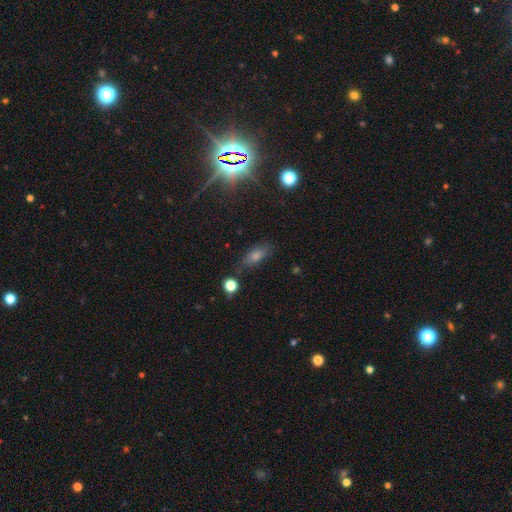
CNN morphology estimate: Smooth or featured? Predicted: smooth (p=0.54). How rounded? Predicted: in between (p=0.72). Merging? Predicted: none (p=0.79).